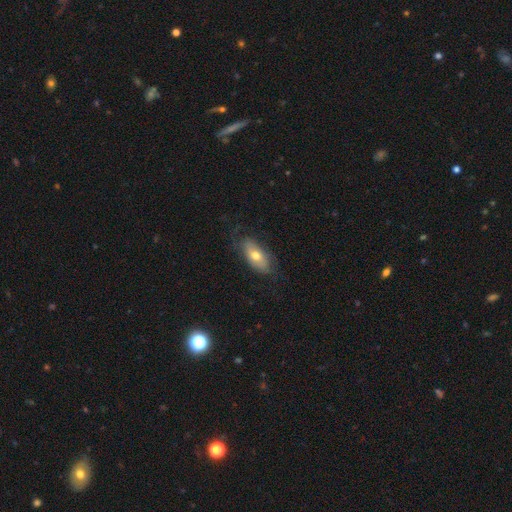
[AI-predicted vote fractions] Smooth or featured? smooth (56%)
How rounded? in between (88%)
Merging? none (65%)